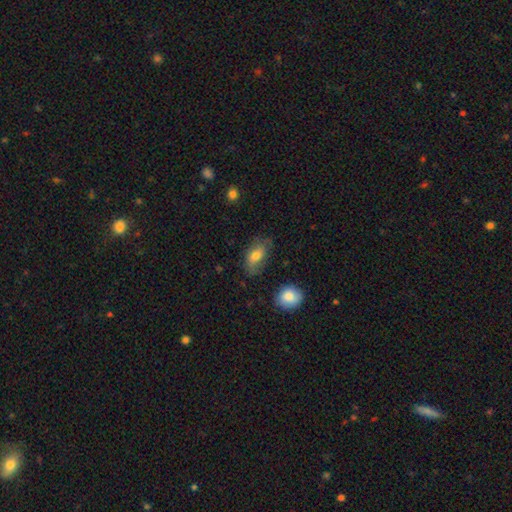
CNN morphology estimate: Smooth or featured? smooth (74%)
How rounded? in between (89%)
Merging? none (65%)